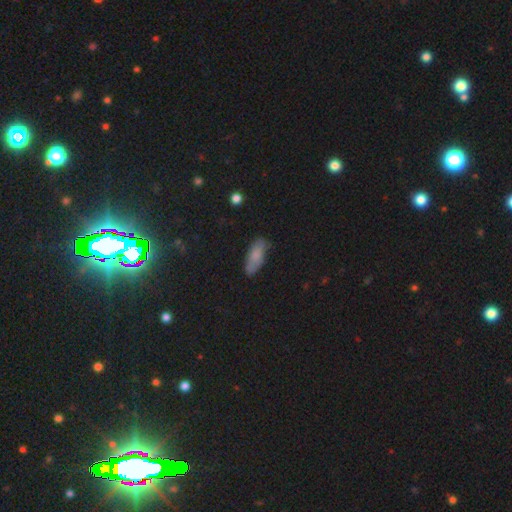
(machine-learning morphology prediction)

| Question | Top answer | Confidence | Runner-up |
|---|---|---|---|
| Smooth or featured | smooth | 76% | featured or disk (15%) |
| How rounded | in between | 77% | cigar-shaped (21%) |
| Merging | none | 71% | minor disturbance (22%) |